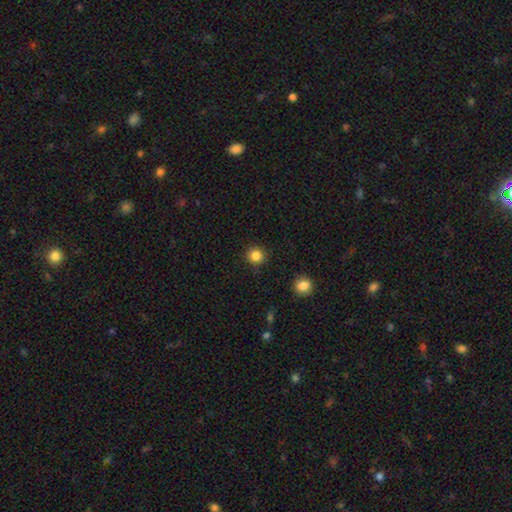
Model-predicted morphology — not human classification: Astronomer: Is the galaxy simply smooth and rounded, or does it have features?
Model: smooth — 85%.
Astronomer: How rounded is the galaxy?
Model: round — 93%.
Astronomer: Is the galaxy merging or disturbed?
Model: none — 90%.